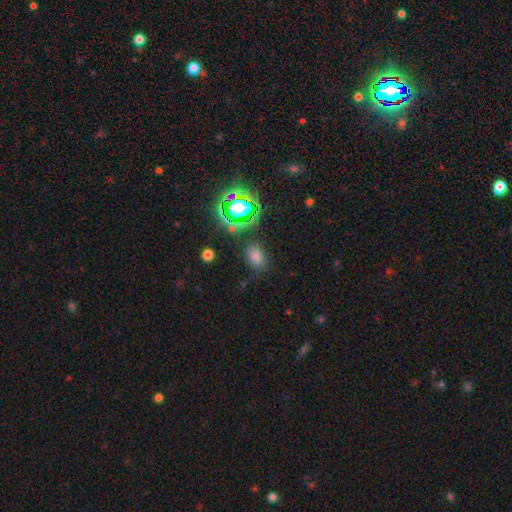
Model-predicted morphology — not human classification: This appears to be a smooth galaxy with no disk features (62%) that is in between round and cigar-shaped (70%). Merging: none (79%).